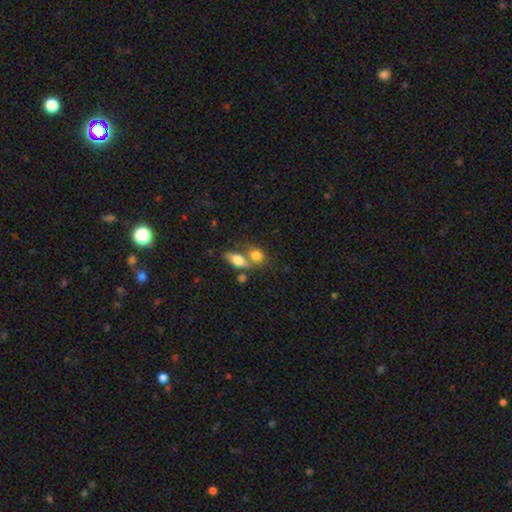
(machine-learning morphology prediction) smooth-or-featured: smooth: 77% | featured or disk: 14% | star or artifact: 9%
  how-rounded: in between: 54% | round: 40% | cigar-shaped: 5%
  merging: merger: 49% | none: 38% | minor disturbance: 9% | major disturbance: 5%